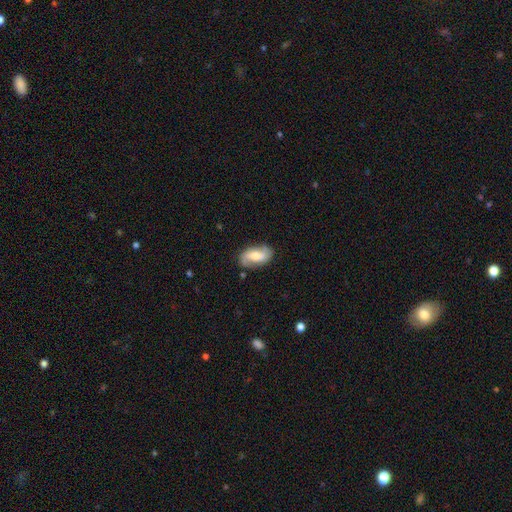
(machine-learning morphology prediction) The model was most divided on "bar": no: 42%, weak: 41%, strong: 17%. More confident: edge-on disk — no (95%); spiral arms — yes (89%); spiral arm count — 2 (87%); merging — none (75%); smooth or featured — featured or disk (60%); bulge size — moderate (58%); spiral winding — loose (55%).